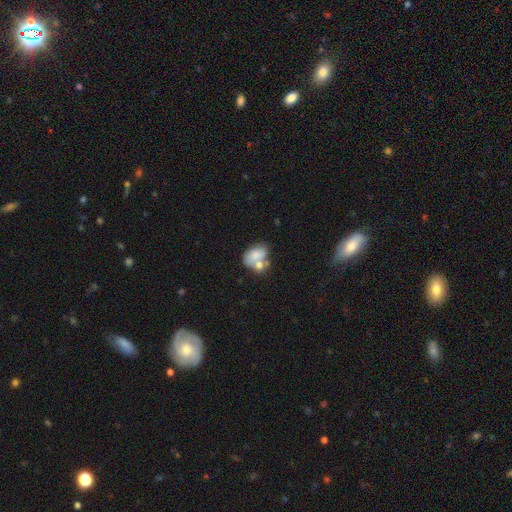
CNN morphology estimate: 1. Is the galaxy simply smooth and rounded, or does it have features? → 64% smooth, 27% featured or disk, 9% star or artifact.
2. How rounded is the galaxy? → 77% in between, 21% round, 1% cigar-shaped.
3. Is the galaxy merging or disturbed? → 50% merger, 26% none, 15% minor disturbance, 9% major disturbance.